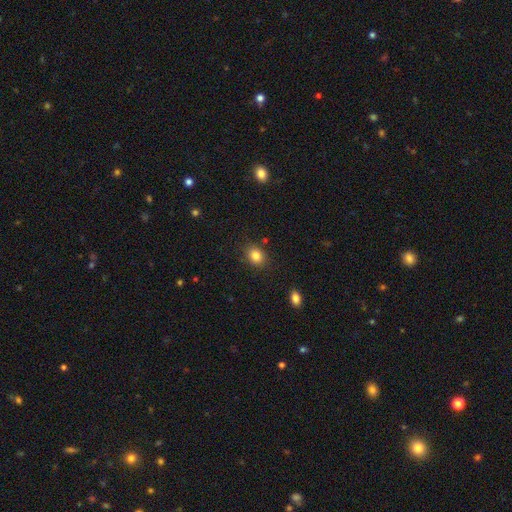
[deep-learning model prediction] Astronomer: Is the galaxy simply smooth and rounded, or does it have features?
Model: smooth — 84%.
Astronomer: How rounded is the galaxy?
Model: in between — 50% (runner-up: round, 49%).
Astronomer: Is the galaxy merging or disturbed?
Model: none — 84%.